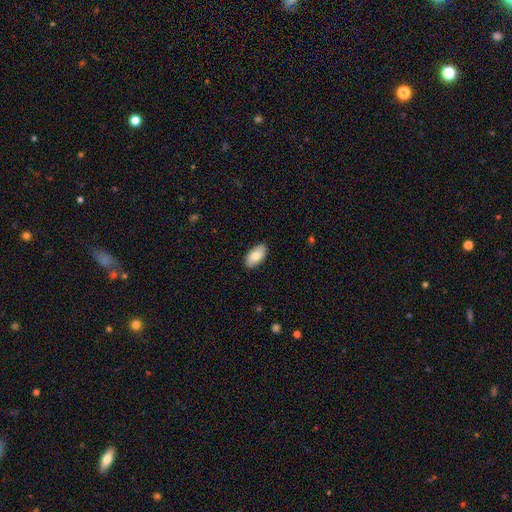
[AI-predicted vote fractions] Overall: smooth (80%). How rounded: in between (95%). Merging: none (87%).